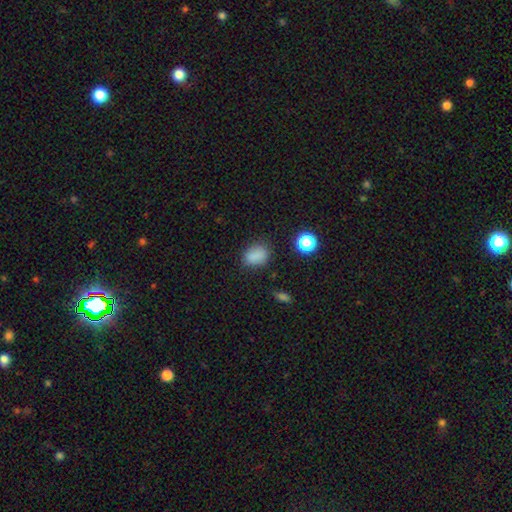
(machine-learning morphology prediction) Smooth or featured?
  - smooth: 83% *
  - star or artifact: 12%
  - featured or disk: 5%
How rounded?
  - in between: 62% *
  - round: 37%
  - cigar-shaped: 1%
Merging?
  - none: 74% *
  - minor disturbance: 18%
  - major disturbance: 5%
  - merger: 3%